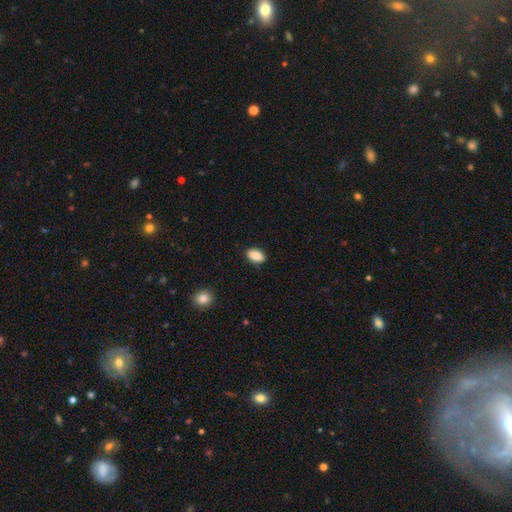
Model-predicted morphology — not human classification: This appears to be a smooth galaxy with no disk features (85%) that is in between round and cigar-shaped (89%). Merging: none (85%).